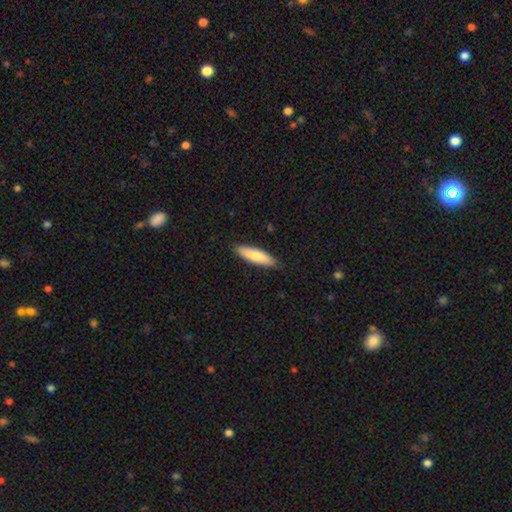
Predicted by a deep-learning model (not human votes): A smooth galaxy with no disk features (78%) that is cigar-shaped (61%).

Vote fractions:
- Smooth or featured? smooth: 78% / featured or disk: 16% / star or artifact: 5%
- How rounded? cigar-shaped: 61% / in between: 37% / round: 2%
- Merging? none: 87% / minor disturbance: 10% / major disturbance: 2% / merger: 1%